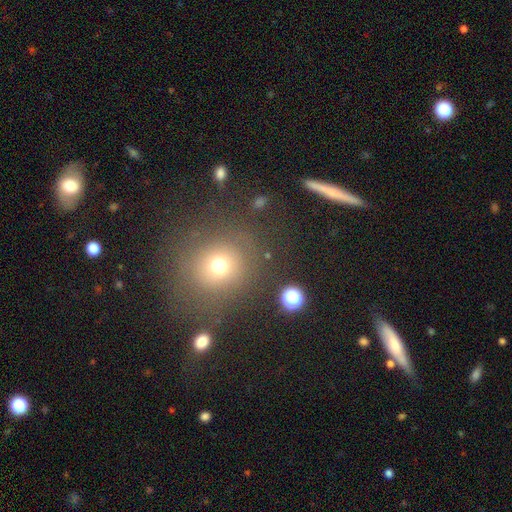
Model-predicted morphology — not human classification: This is possibly a smooth galaxy (55%). How rounded: clearly round (86%). Merging: clearly none (85%).